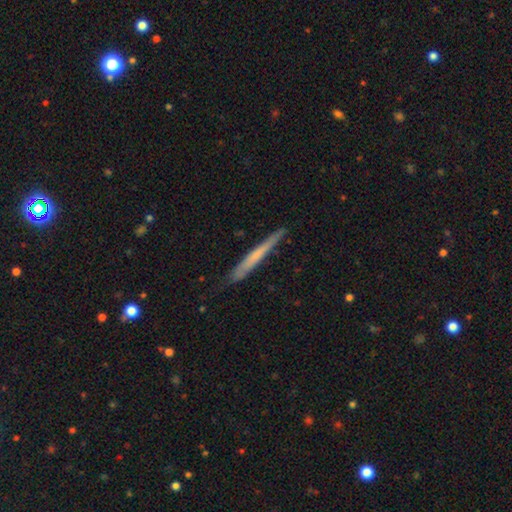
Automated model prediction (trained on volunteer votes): Smooth or featured: smooth — 51% (featured or disk — 43%)
How rounded: cigar-shaped — 97% (in between — 2%)
Merging: none — 82% (minor disturbance — 14%)